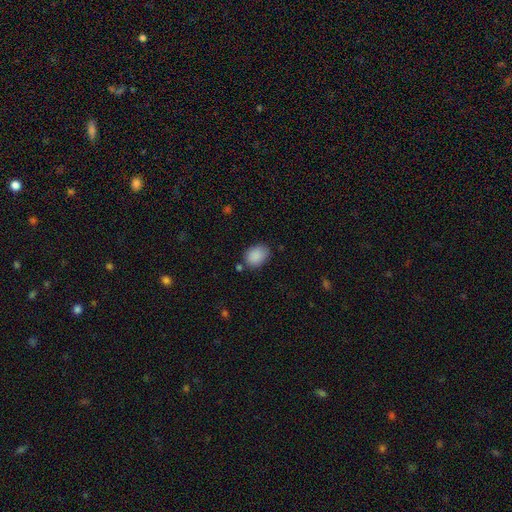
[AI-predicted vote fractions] smooth 89%, star or artifact 8%, featured or disk 4%. Down the decision tree: how rounded — in between (71%); merging — none (76%).